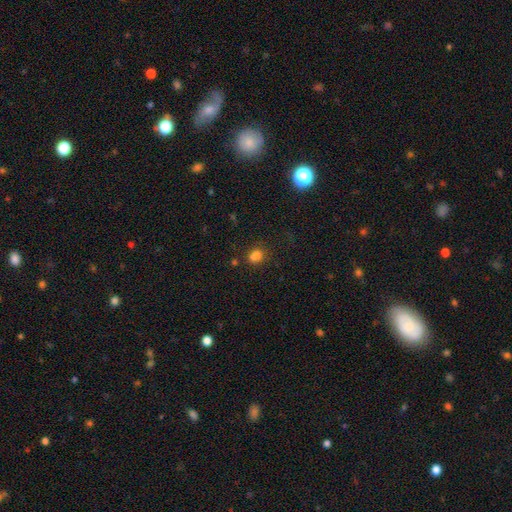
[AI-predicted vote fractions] Smooth or featured? Predicted: smooth (p=0.78). How rounded? Predicted: in between (p=0.52). Merging? Predicted: none (p=0.62).